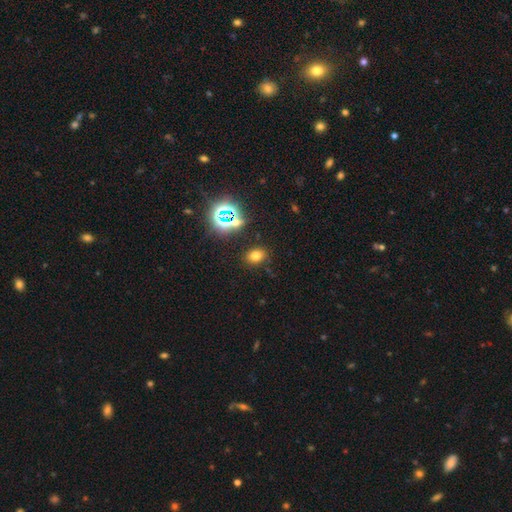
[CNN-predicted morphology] smooth-or-featured: smooth: 68% | star or artifact: 24% | featured or disk: 8%
  how-rounded: in between: 62% | round: 37% | cigar-shaped: 1%
  merging: none: 84% | minor disturbance: 10% | major disturbance: 3% | merger: 3%